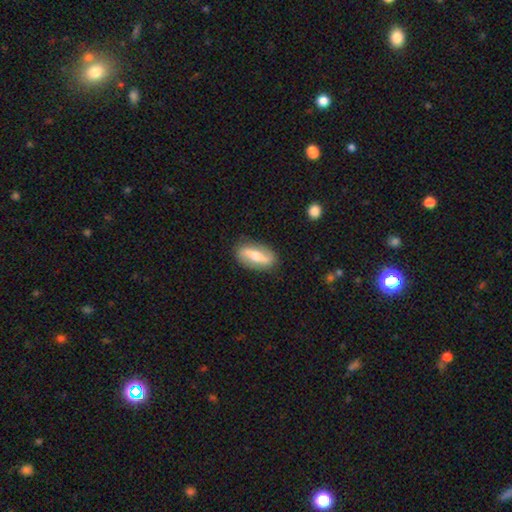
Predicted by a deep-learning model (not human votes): Smooth or featured?
  - featured or disk: 67% *
  - smooth: 27%
  - star or artifact: 6%
Edge-on disk?
  - no: 80% *
  - yes: 20%
Bar?
  - strong: 52% *
  - weak: 27%
  - no: 21%
Spiral arms?
  - yes: 75% *
  - no: 25%
Bulge size?
  - moderate: 66% *
  - small: 22%
  - large: 8%
  - none: 2%
  - dominant: 2%
Merging?
  - none: 86% *
  - minor disturbance: 10%
  - major disturbance: 3%
  - merger: 1%